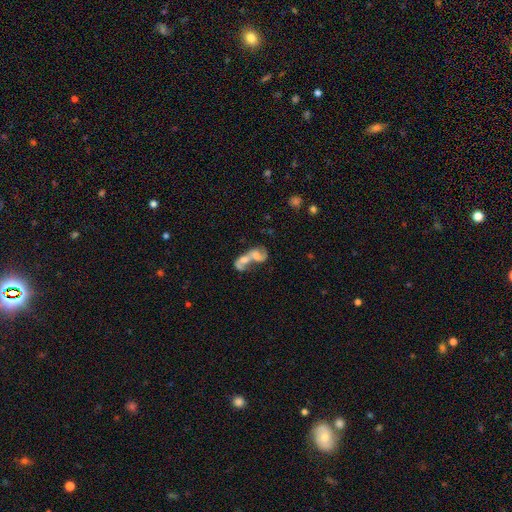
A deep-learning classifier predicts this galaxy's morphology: Q: Smooth or featured?
A: featured or disk (57%); runner-up: smooth (33%)
Q: Edge-on disk?
A: no (96%); runner-up: yes (4%)
Q: Bar?
A: no (65%); runner-up: weak (27%)
Q: Spiral arms?
A: yes (65%); runner-up: no (35%)
Q: Bulge size?
A: moderate (40%); runner-up: small (21%)
Q: Merging?
A: merger (79%); runner-up: none (9%)